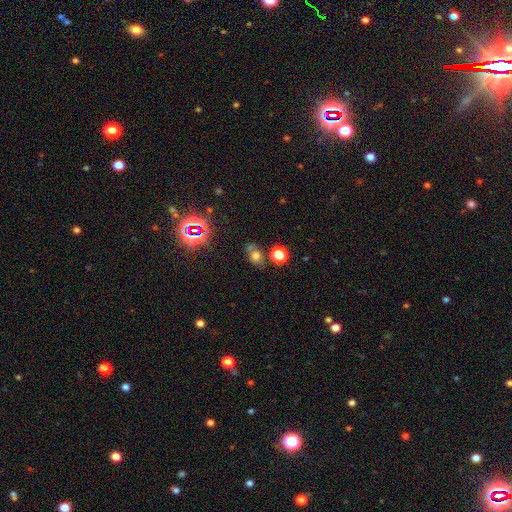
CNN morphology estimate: This appears to be a smooth galaxy with no disk features (59%) that is round (52%). Merging: none (57%).